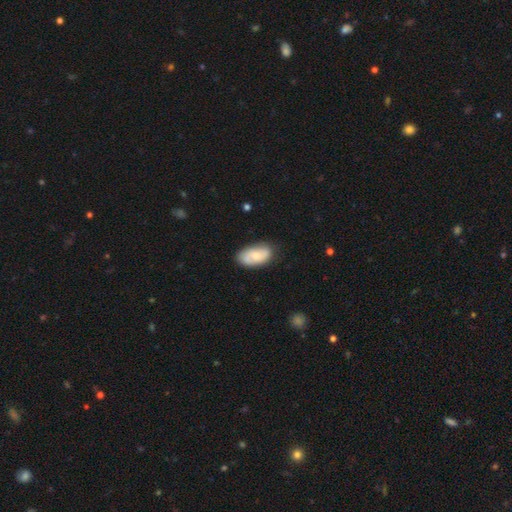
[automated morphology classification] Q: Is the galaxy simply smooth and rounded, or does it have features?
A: smooth — 52%.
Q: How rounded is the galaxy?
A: in between — 92%.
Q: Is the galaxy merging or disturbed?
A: none — 76%.